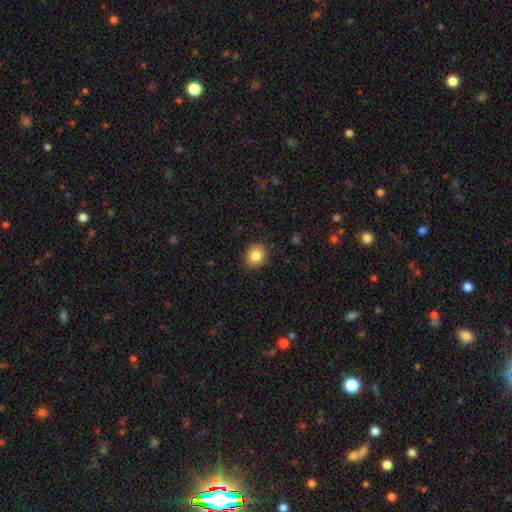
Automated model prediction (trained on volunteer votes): This appears to be a smooth galaxy with no disk features (84%) that is round (77%). Merging: none (88%).